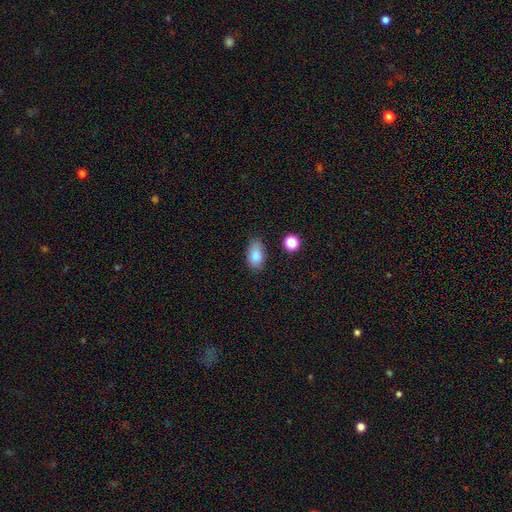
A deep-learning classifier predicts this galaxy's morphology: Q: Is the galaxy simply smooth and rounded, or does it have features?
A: smooth — 85%.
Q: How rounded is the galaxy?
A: in between — 91%.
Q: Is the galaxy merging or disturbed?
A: none — 76%.